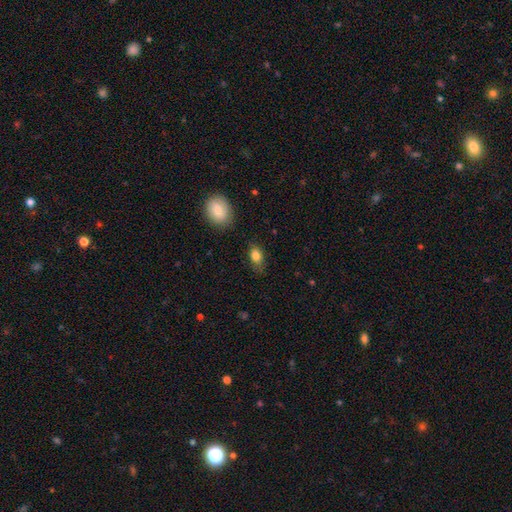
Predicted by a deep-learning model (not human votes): Overall: smooth (82%). How rounded: in between (83%). Merging: none (75%).